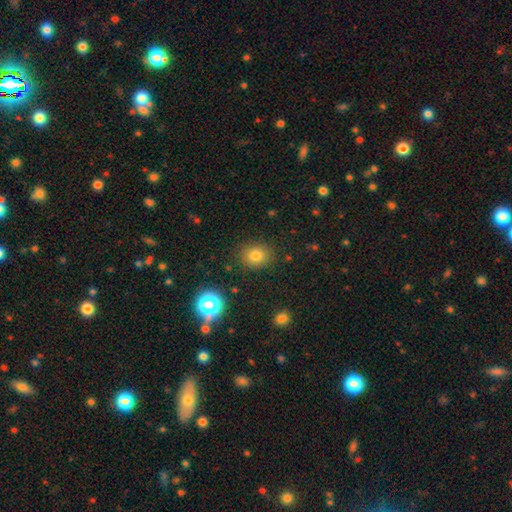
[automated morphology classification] smooth-or-featured: smooth: 78% | star or artifact: 15% | featured or disk: 7%
  how-rounded: round: 74% | in between: 25% | cigar-shaped: 1%
  merging: none: 87% | minor disturbance: 8% | major disturbance: 3% | merger: 2%